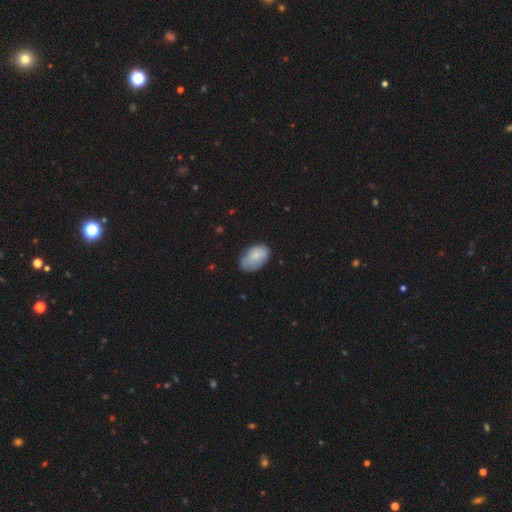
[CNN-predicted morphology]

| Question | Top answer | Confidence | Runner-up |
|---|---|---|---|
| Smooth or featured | smooth | 78% | featured or disk (16%) |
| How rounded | in between | 91% | round (7%) |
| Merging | none | 67% | minor disturbance (26%) |